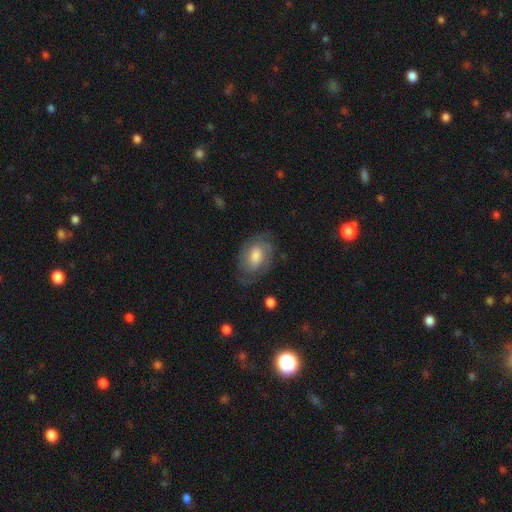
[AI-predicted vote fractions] Smooth or featured: featured or disk — 57% (smooth — 36%)
Edge-on disk: no — 96% (yes — 4%)
Bar: no — 63% (weak — 31%)
Spiral arms: yes — 83% (no — 17%)
Bulge size: moderate — 52% (large — 23%)
Merging: none — 72% (minor disturbance — 18%)